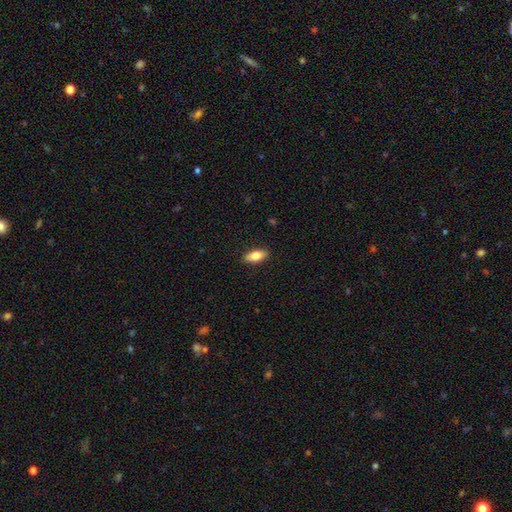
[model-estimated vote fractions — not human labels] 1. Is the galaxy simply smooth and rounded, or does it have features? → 78% smooth, 15% featured or disk, 6% star or artifact.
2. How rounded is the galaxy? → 83% in between, 14% cigar-shaped, 3% round.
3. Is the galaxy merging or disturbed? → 89% none, 8% minor disturbance, 2% major disturbance, 1% merger.